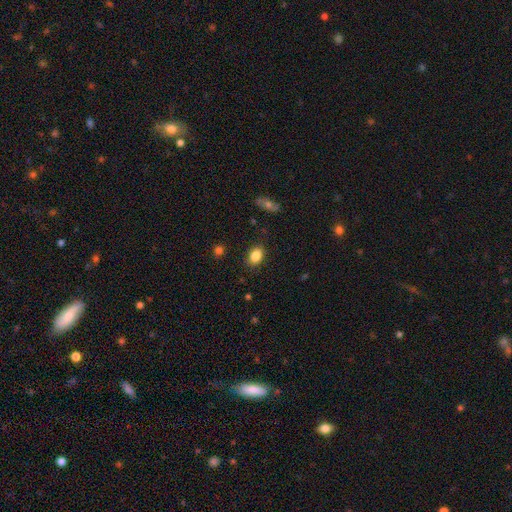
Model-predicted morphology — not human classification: Smooth or featured?
  - smooth: 86% *
  - star or artifact: 9%
  - featured or disk: 5%
How rounded?
  - in between: 76% *
  - round: 23%
  - cigar-shaped: 1%
Merging?
  - none: 85% *
  - minor disturbance: 11%
  - major disturbance: 3%
  - merger: 1%